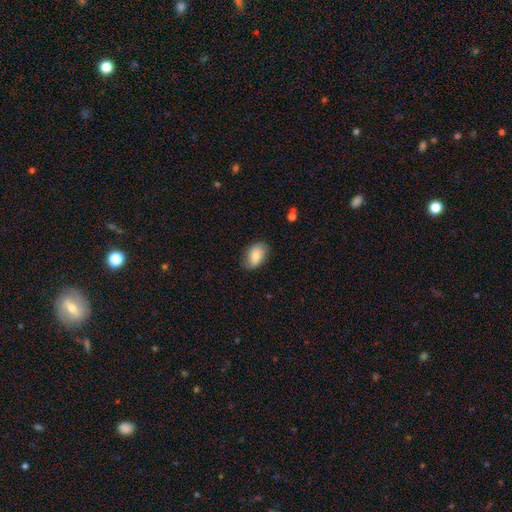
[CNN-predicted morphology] This is likely a smooth galaxy (77%). How rounded: clearly in between (89%). Merging: likely none (73%).